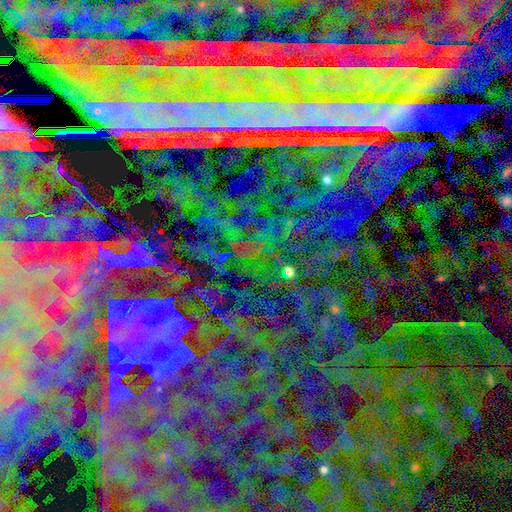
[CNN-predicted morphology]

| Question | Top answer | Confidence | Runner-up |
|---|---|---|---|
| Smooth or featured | star or artifact | 88% | featured or disk (6%) |